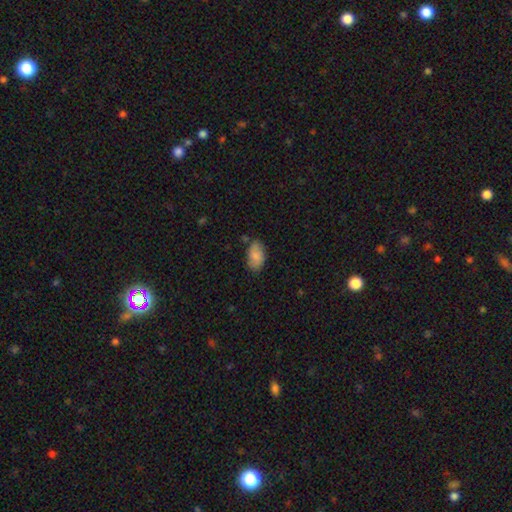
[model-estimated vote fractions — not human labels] Smooth or featured: smooth — 74% (featured or disk — 19%)
How rounded: in between — 93% (round — 5%)
Merging: none — 74% (minor disturbance — 19%)